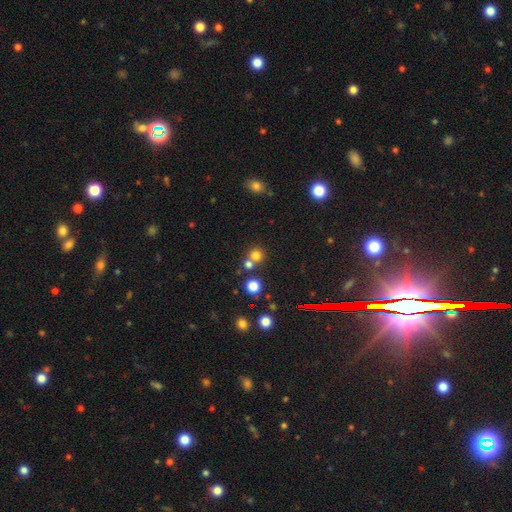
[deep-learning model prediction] Smooth or featured? Predicted: smooth (p=0.73). How rounded? Predicted: round (p=0.90). Merging? Predicted: none (p=0.61).